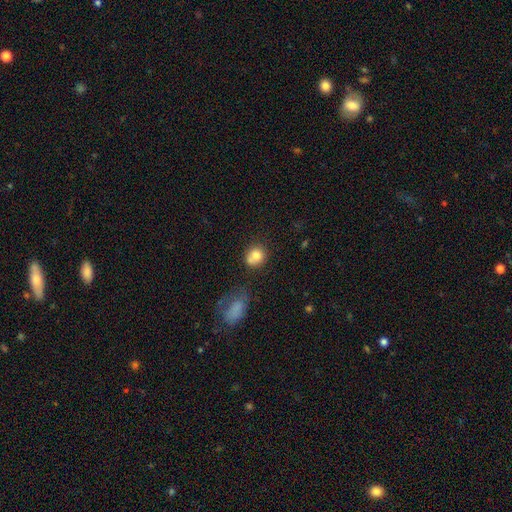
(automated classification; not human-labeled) smooth_or_featured: smooth (p=0.77) [alt: featured or disk p=0.13]
how_rounded: round (p=0.77) [alt: in between p=0.22]
merging: none (p=0.51) [alt: merger p=0.27]